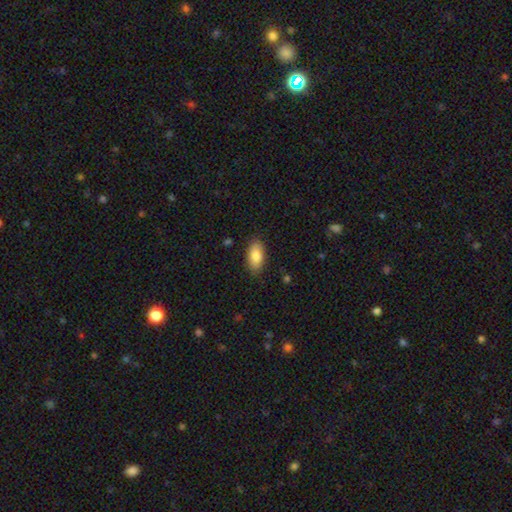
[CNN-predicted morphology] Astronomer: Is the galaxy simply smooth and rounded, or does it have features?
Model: smooth — 85%.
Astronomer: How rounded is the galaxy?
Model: in between — 91%.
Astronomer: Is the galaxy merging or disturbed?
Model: none — 86%.